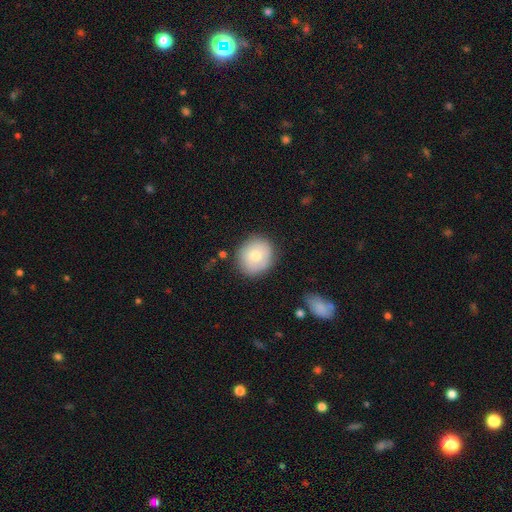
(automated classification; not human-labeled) A smooth galaxy with no disk features (73%) that is round (83%).

Vote fractions:
- Smooth or featured? smooth: 73% / featured or disk: 19% / star or artifact: 8%
- How rounded? round: 83% / in between: 16% / cigar-shaped: 1%
- Merging? none: 83% / minor disturbance: 12% / major disturbance: 3% / merger: 2%